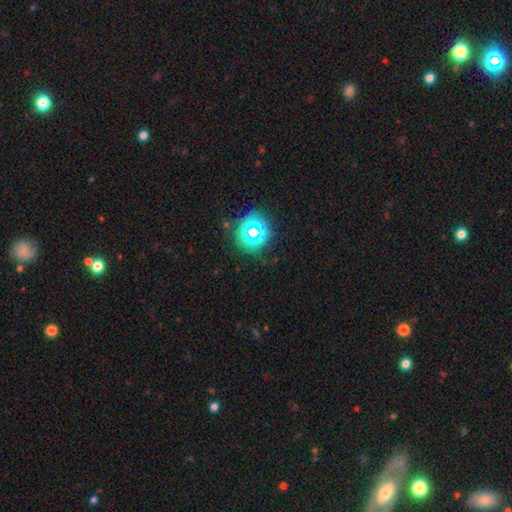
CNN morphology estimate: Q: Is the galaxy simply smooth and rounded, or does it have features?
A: smooth — 46%.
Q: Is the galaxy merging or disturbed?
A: none — 88%.